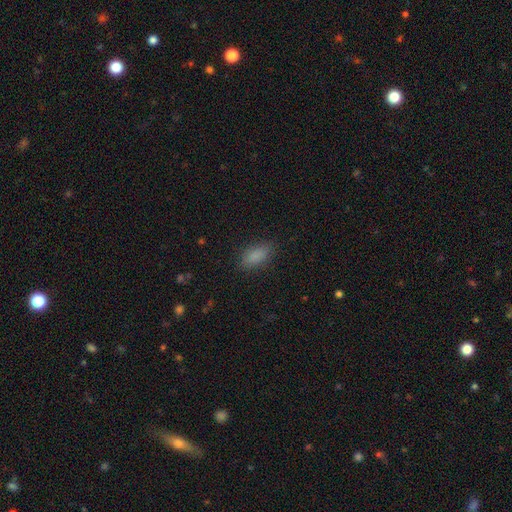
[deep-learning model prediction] Smooth or featured: smooth — 86% (star or artifact — 9%)
How rounded: in between — 83% (cigar-shaped — 13%)
Merging: none — 86% (minor disturbance — 10%)